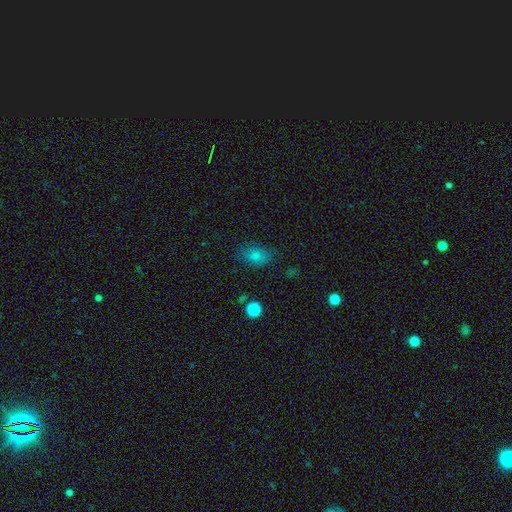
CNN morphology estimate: Smooth or featured? Predicted: smooth (p=0.72). How rounded? Predicted: in between (p=0.73). Merging? Predicted: none (p=0.78).